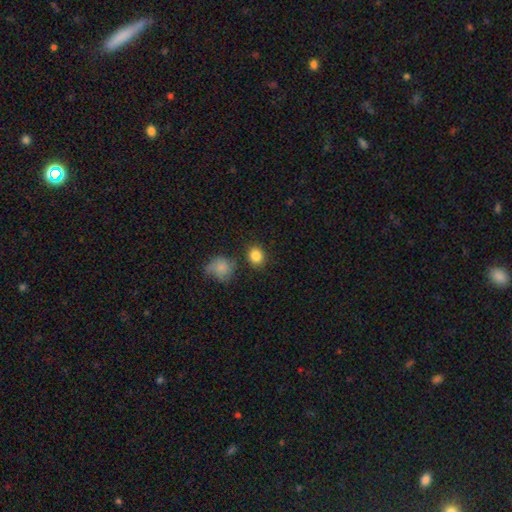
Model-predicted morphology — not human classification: A smooth galaxy with no disk features (85%) that is round (71%).

Vote fractions:
- Smooth or featured? smooth: 85% / star or artifact: 10% / featured or disk: 5%
- How rounded? round: 71% / in between: 28% / cigar-shaped: 1%
- Merging? none: 80% / minor disturbance: 10% / merger: 6% / major disturbance: 3%